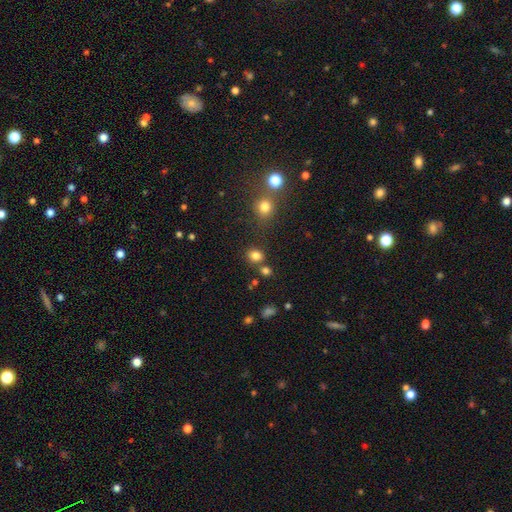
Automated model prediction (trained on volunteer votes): Smooth or featured? Predicted: smooth (p=0.80). How rounded? Predicted: round (p=0.64). Merging? Predicted: none (p=0.72).